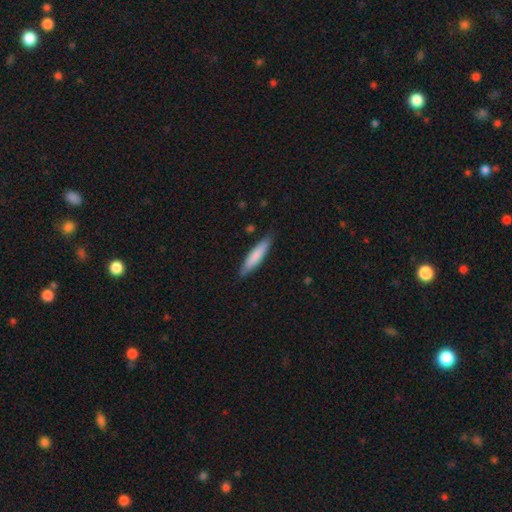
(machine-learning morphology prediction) This is likely a smooth galaxy (78%). How rounded: clearly cigar-shaped (84%). Merging: clearly none (85%).